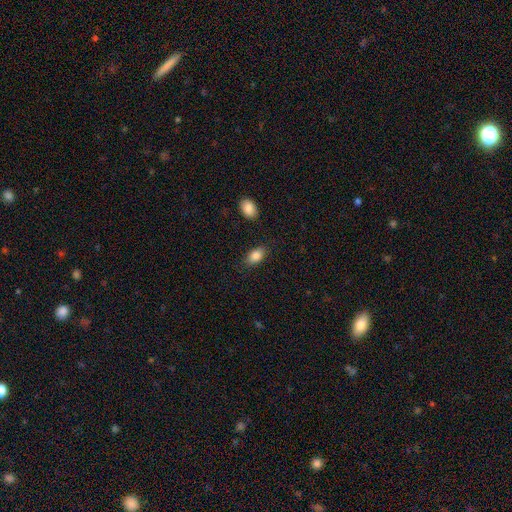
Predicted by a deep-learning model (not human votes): This appears to be a smooth galaxy with no disk features (86%) that is in between round and cigar-shaped (90%). Merging: none (82%).